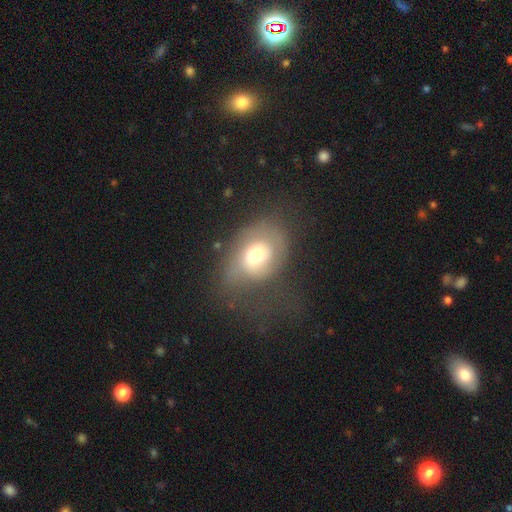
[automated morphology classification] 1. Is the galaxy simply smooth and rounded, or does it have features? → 53% smooth, 37% featured or disk, 9% star or artifact.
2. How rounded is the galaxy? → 66% in between, 33% round, 1% cigar-shaped.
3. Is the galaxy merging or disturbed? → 38% none, 32% major disturbance, 27% minor disturbance, 2% merger.